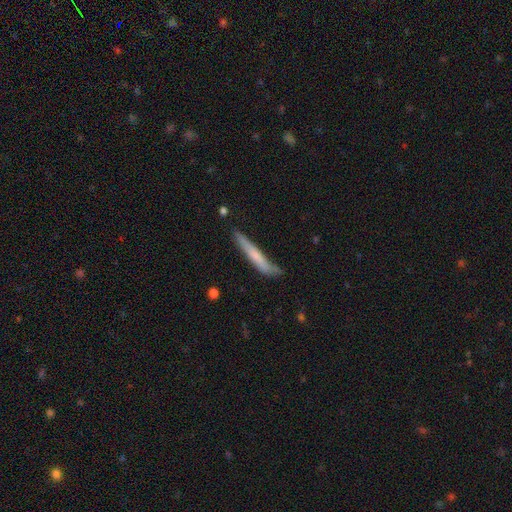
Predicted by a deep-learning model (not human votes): Smooth or featured? Predicted: smooth (p=0.62). How rounded? Predicted: cigar-shaped (p=0.94). Merging? Predicted: none (p=0.66).